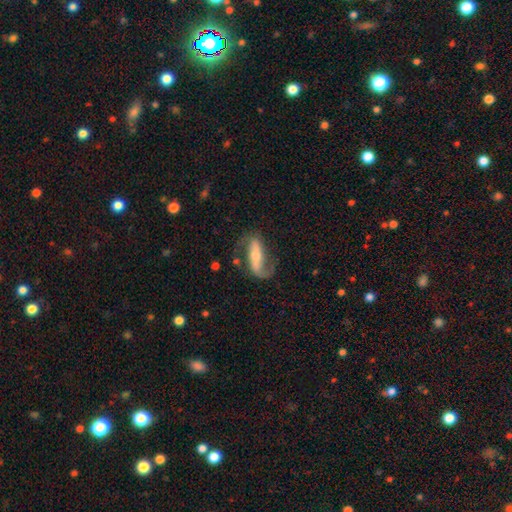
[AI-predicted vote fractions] Q: Smooth or featured?
A: featured or disk (80%); runner-up: smooth (14%)
Q: Edge-on disk?
A: no (88%); runner-up: yes (12%)
Q: Bar?
A: strong (54%); runner-up: weak (23%)
Q: Spiral arms?
A: yes (91%); runner-up: no (9%)
Q: Spiral winding?
A: loose (47%); runner-up: medium (37%)
Q: Spiral arm count?
A: 2 (83%); runner-up: 1 (10%)
Q: Bulge size?
A: moderate (52%); runner-up: small (39%)
Q: Merging?
A: none (66%); runner-up: minor disturbance (17%)